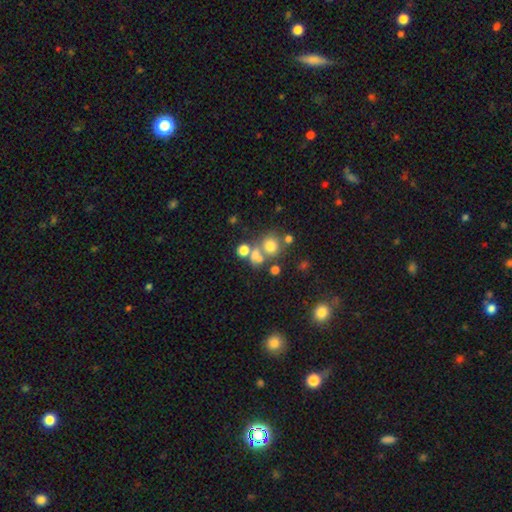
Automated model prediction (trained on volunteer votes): Smooth or featured? smooth (64%)
How rounded? round (76%)
Merging? none (47%)